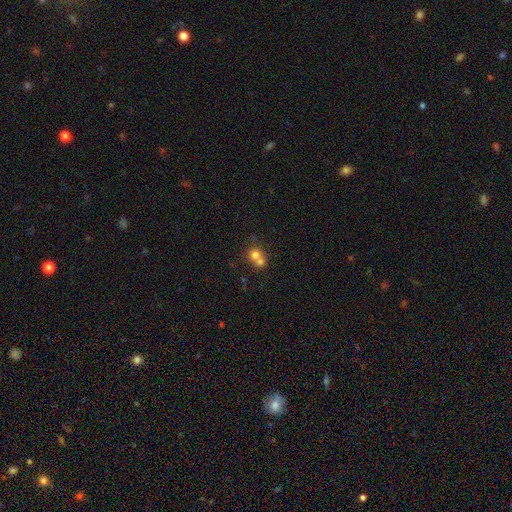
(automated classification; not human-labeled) Smooth or featured? Predicted: smooth (p=0.70). How rounded? Predicted: round (p=0.79). Merging? Predicted: merger (p=0.63).